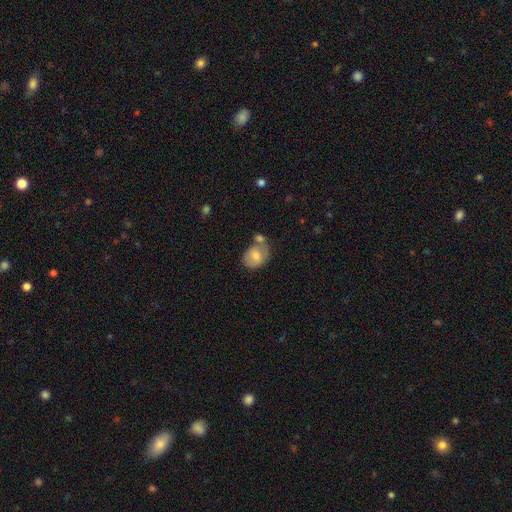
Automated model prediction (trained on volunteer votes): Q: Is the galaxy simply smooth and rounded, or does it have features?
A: smooth — 69%.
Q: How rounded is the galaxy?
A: in between — 53%.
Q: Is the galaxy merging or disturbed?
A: none — 46%.